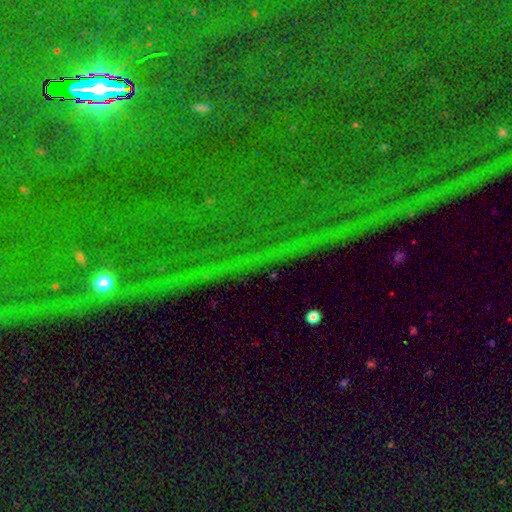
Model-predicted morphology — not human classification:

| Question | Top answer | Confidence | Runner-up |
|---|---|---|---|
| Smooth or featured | star or artifact | 83% | featured or disk (9%) |